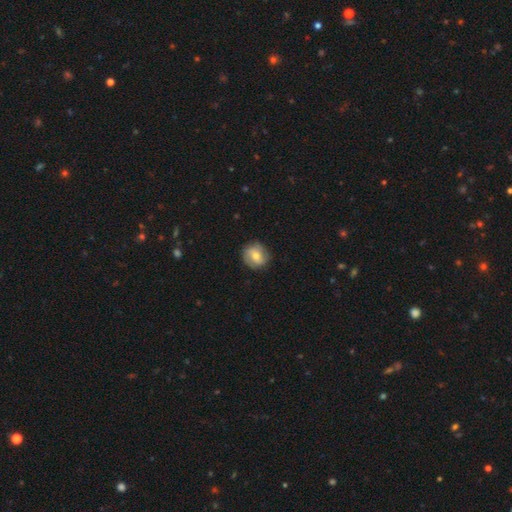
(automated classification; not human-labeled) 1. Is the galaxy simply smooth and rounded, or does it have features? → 46% featured or disk (tied), 46% smooth (tied), 8% star or artifact.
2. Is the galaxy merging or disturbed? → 80% none, 15% minor disturbance, 4% major disturbance, 1% merger.